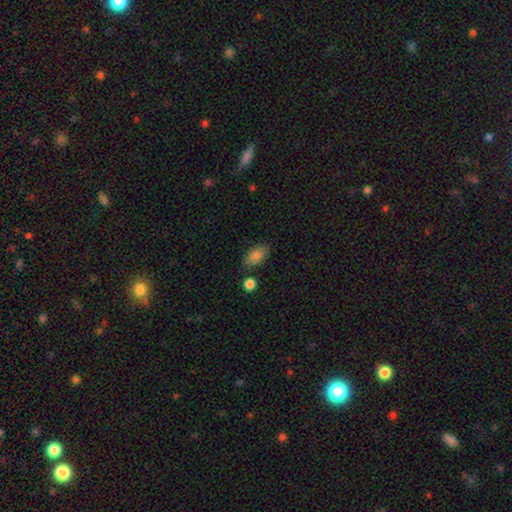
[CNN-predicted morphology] Overall: smooth (83%). How rounded: in between (91%). Merging: none (77%).